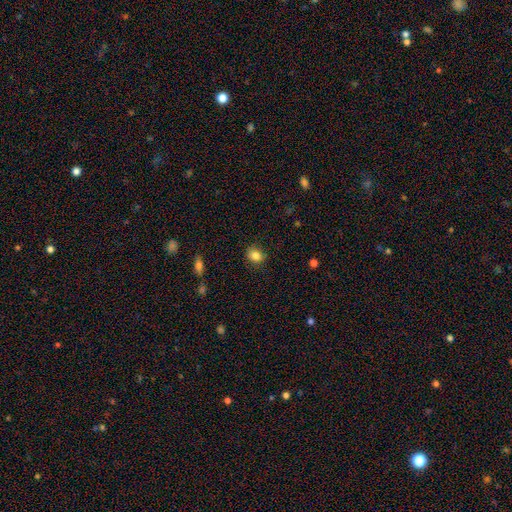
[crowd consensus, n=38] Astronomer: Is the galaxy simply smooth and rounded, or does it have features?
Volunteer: smooth — 92%.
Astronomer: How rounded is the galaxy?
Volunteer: round — 77%.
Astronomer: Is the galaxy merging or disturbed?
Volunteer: none — 86%.